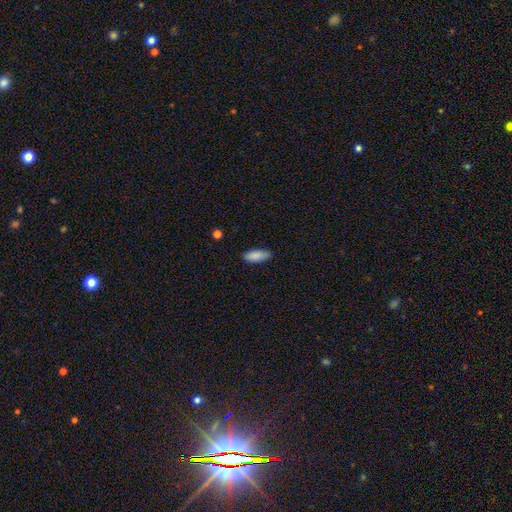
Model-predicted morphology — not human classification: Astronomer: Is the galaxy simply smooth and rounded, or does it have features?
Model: smooth — 87%.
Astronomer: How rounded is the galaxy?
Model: in between — 80%.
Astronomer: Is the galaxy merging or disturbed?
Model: none — 84%.